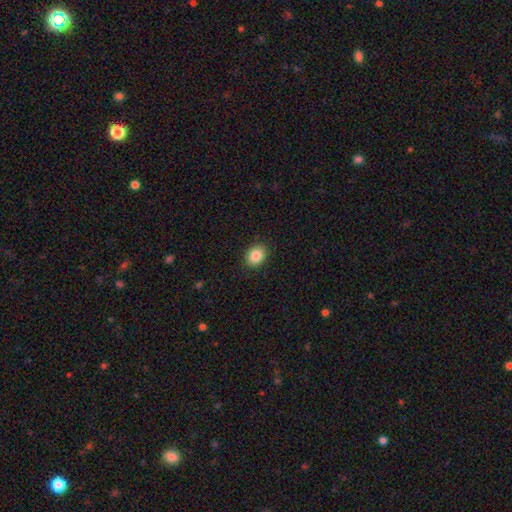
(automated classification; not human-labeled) Smooth or featured? smooth (86%)
How rounded? in between (55%)
Merging? none (89%)